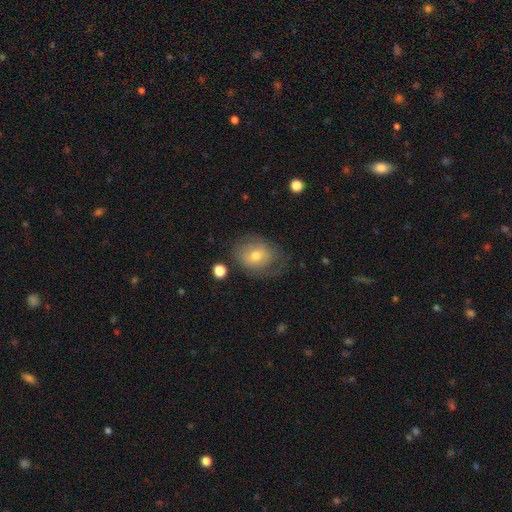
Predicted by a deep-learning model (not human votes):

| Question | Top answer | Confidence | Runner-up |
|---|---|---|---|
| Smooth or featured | smooth | 55% | featured or disk (36%) |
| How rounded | in between | 53% | round (46%) |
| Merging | none | 53% | minor disturbance (26%) |